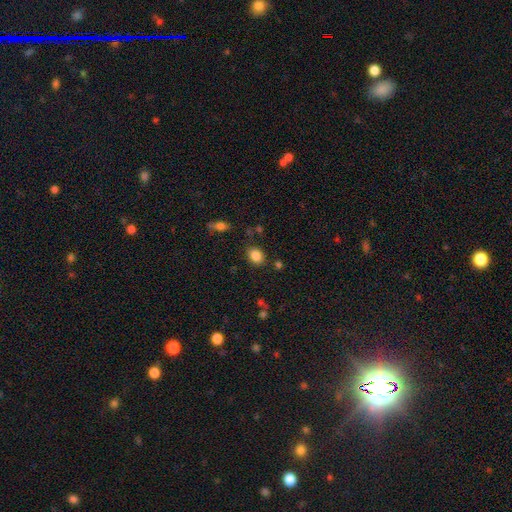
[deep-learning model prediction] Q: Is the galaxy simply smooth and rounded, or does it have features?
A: smooth — 85%.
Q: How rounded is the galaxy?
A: in between — 64%.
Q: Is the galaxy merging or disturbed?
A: none — 82%.